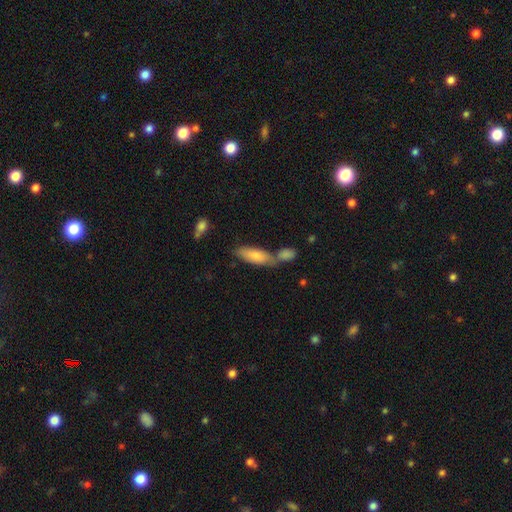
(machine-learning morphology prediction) A smooth galaxy with no disk features (79%) that is in between round and cigar-shaped (65%).

Vote fractions:
- Smooth or featured? smooth: 79% / featured or disk: 15% / star or artifact: 6%
- How rounded? in between: 65% / cigar-shaped: 33% / round: 2%
- Merging? none: 42% / merger: 41% / minor disturbance: 13% / major disturbance: 4%